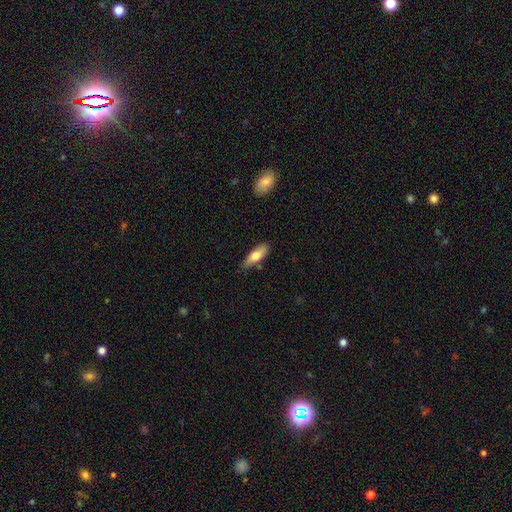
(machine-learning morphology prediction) This appears to be a smooth galaxy with no disk features (70%) that is in between round and cigar-shaped (53%). Merging: none (75%).